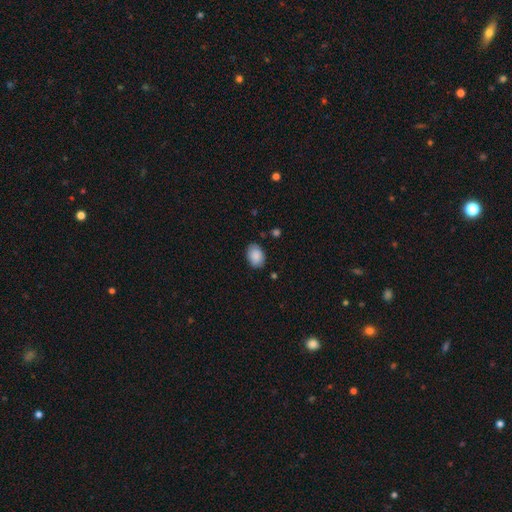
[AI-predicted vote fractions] smooth 88%, star or artifact 7%, featured or disk 5%. Down the decision tree: how rounded — in between (82%); merging — none (83%).